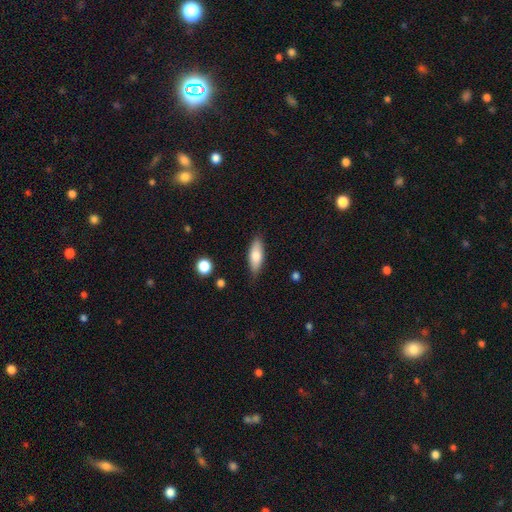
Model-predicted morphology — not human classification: Q: Smooth or featured?
A: smooth (75%); runner-up: featured or disk (18%)
Q: How rounded?
A: in between (68%); runner-up: cigar-shaped (30%)
Q: Merging?
A: none (80%); runner-up: minor disturbance (15%)